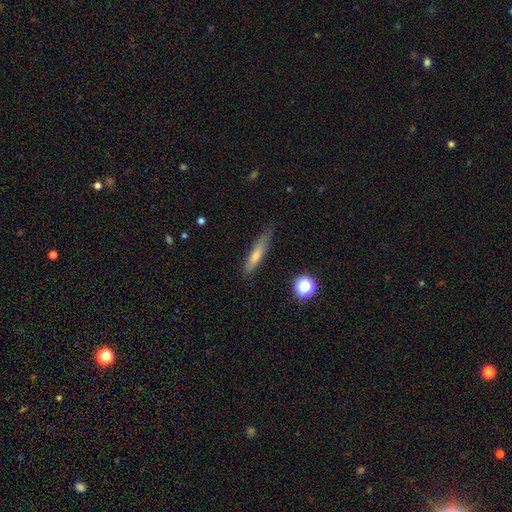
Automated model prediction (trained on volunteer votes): Smooth or featured?
  - smooth: 62% *
  - featured or disk: 29%
  - star or artifact: 9%
How rounded?
  - cigar-shaped: 84% *
  - in between: 13%
  - round: 3%
Merging?
  - none: 76% *
  - minor disturbance: 18%
  - major disturbance: 4%
  - merger: 2%